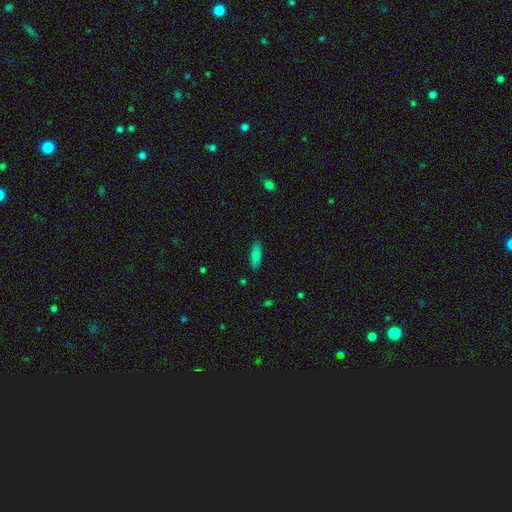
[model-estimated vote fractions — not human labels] Smooth or featured? smooth (77%)
How rounded? in between (50%)
Merging? none (87%)